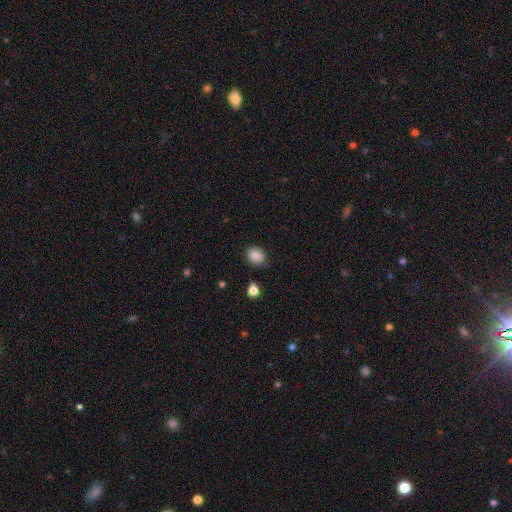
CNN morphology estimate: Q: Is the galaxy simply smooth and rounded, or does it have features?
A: smooth — 86%.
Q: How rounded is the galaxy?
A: round — 62%.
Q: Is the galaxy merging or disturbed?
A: none — 80%.